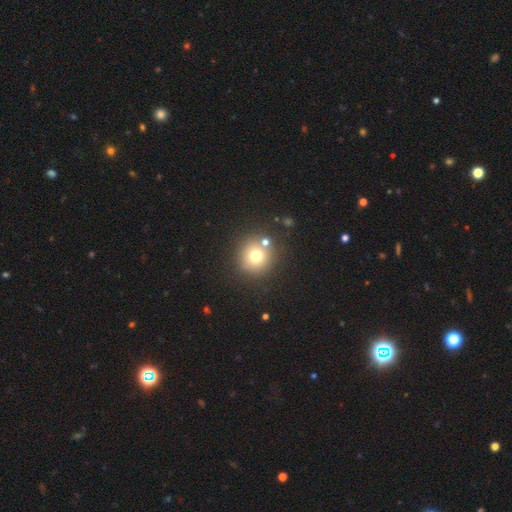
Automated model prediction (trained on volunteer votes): Overall: smooth (71%). How rounded: round (92%). Merging: none (78%).